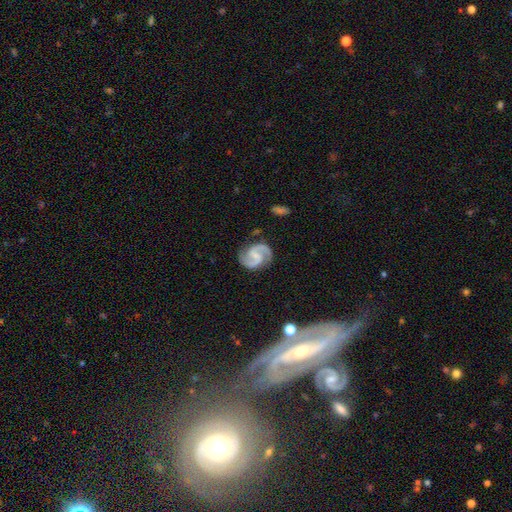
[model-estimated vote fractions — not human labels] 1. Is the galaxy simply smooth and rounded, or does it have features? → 92% featured or disk, 4% smooth, 4% star or artifact.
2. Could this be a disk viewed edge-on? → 98% no, 2% yes.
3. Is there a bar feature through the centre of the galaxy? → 48% weak, 35% no, 17% strong.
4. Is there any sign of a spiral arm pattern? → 98% yes, 2% no.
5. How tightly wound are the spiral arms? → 62% medium, 21% tight, 17% loose.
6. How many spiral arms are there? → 94% 2, 2% can't tell, 1% 3, 1% 1, 1% 4, 1% more than 4.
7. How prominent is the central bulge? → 53% small, 28% none, 17% moderate, 1% large, 1% dominant.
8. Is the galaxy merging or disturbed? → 83% none, 12% minor disturbance, 3% major disturbance, 2% merger.